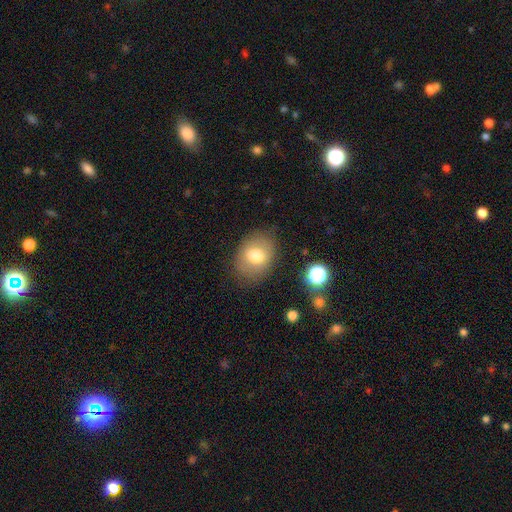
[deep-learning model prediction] The model was most divided on "how rounded": in between: 58%, round: 41%, cigar-shaped: 1%. More confident: merging — none (79%); smooth or featured — smooth (71%).